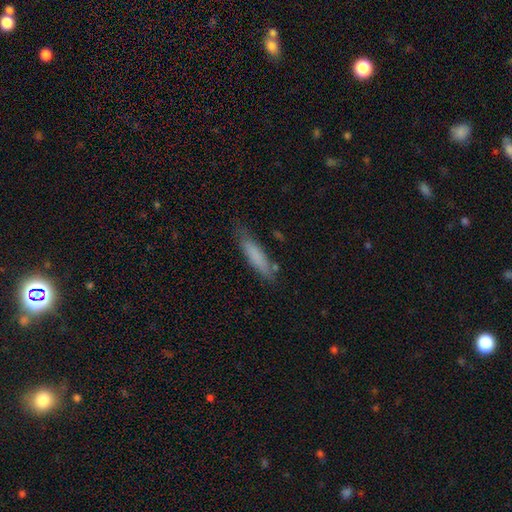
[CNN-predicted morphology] smooth 78%, featured or disk 16%, star or artifact 6%. Down the decision tree: how rounded — cigar-shaped (81%); merging — none (74%).